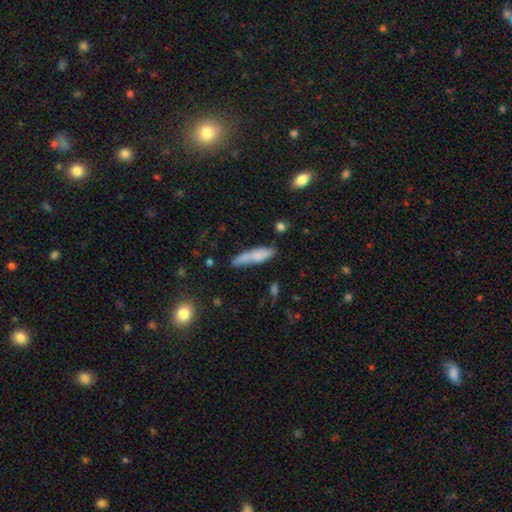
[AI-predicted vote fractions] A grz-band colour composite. It shows a smooth galaxy with no disk features (73%) that is cigar-shaped (71%). Merging: none (53%).